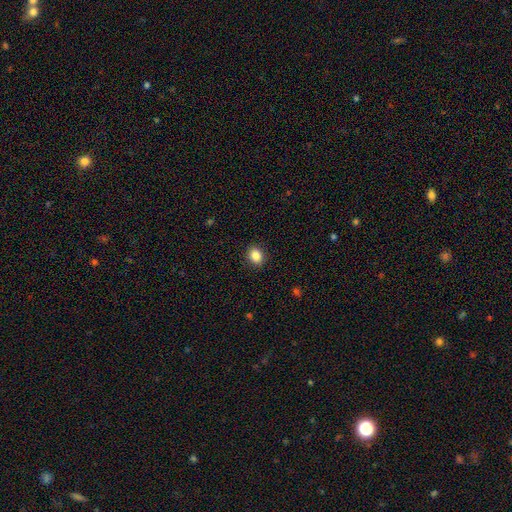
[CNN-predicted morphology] type=smooth (86%); roundness=round (59%); merging=none (91%).